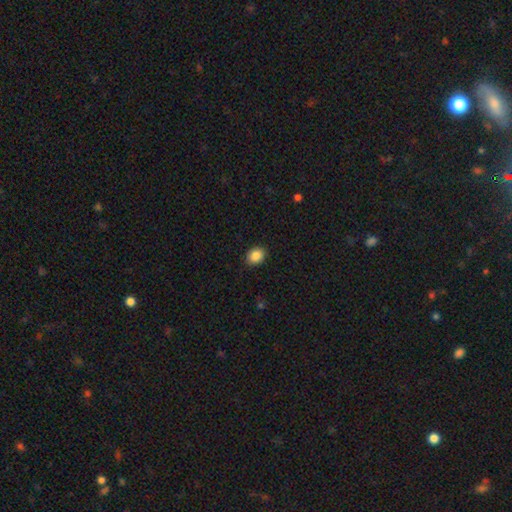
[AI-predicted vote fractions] Smooth or featured? smooth (88%)
How rounded? in between (61%)
Merging? none (90%)